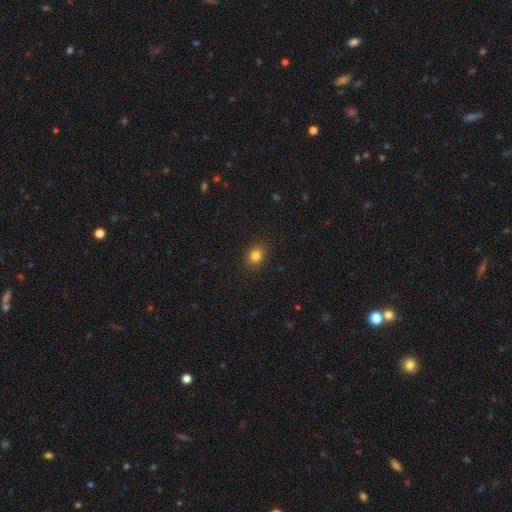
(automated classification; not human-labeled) The model was most divided on "how rounded": round: 60%, in between: 39%, cigar-shaped: 1%. More confident: merging — none (90%); smooth or featured — smooth (82%).